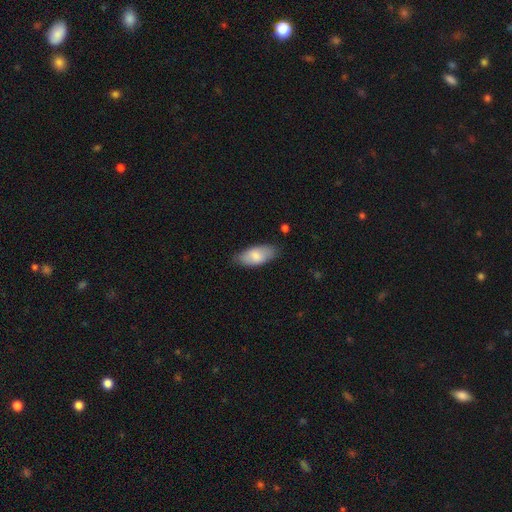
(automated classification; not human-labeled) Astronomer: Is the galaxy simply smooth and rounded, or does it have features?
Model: smooth — 80%.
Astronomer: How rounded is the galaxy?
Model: in between — 90%.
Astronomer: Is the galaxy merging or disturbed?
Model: none — 79%.